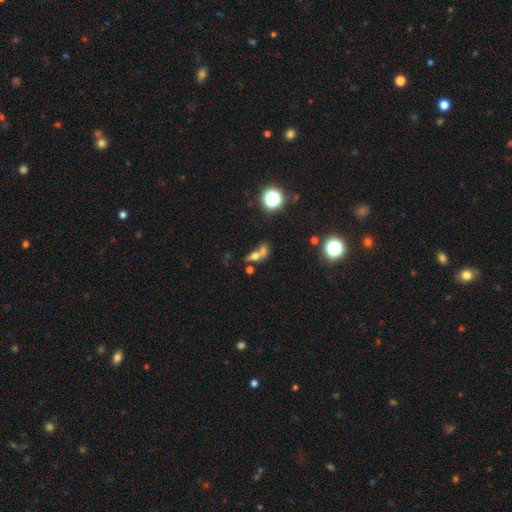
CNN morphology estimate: smooth_or_featured: smooth (p=0.51) [alt: featured or disk p=0.29]
how_rounded: in between (p=0.51) [alt: round p=0.34]
merging: merger (p=0.58) [alt: none p=0.25]